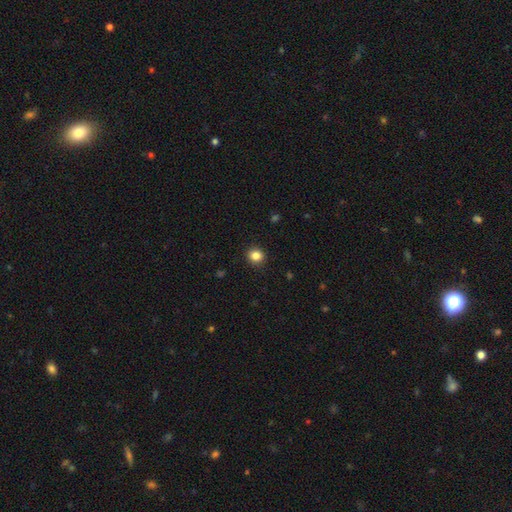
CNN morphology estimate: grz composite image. It shows a smooth galaxy with no disk features (84%) that is round (85%). Merging: none (91%).